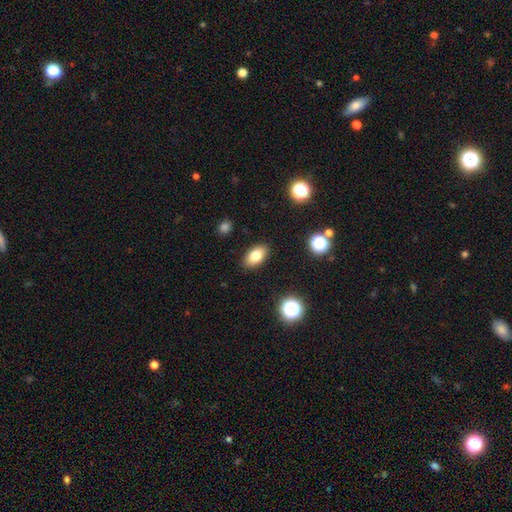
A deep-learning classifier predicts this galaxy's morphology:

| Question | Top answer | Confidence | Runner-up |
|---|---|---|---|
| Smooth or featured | smooth | 79% | featured or disk (11%) |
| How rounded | in between | 90% | round (7%) |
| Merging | none | 88% | minor disturbance (8%) |